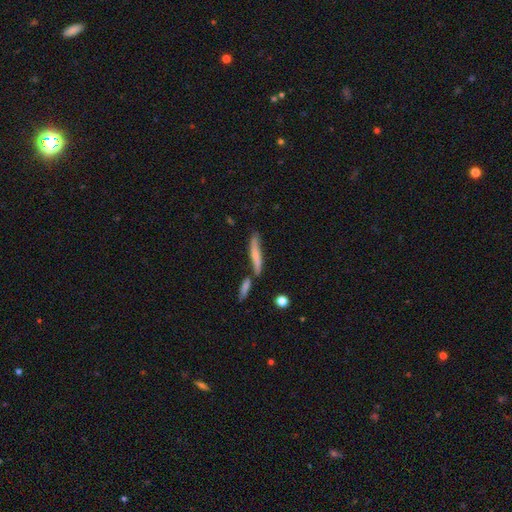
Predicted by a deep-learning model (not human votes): This appears to be a smooth galaxy with no disk features (58%) that is cigar-shaped (87%). Merging: none (60%).